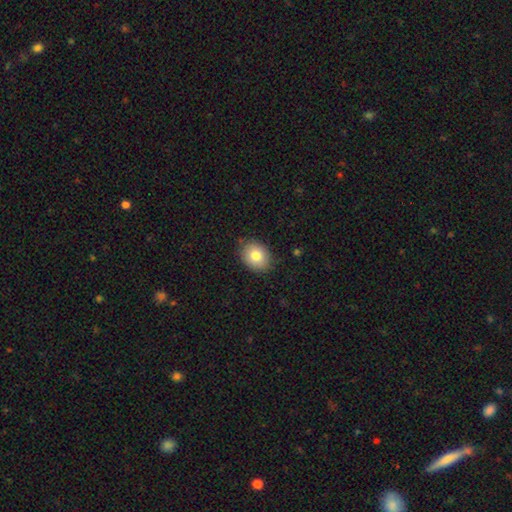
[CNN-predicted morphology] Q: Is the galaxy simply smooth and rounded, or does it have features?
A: smooth — 80%.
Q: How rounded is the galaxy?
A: in between — 54%.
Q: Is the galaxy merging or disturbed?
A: none — 85%.